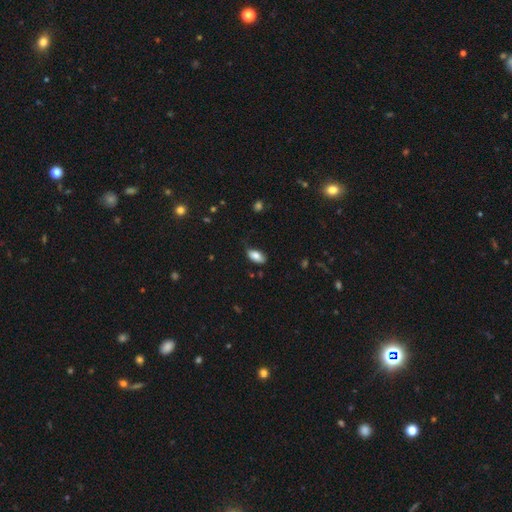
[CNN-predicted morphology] This appears to be a smooth galaxy with no disk features (84%) that is in between round and cigar-shaped (92%). Merging: none (69%).